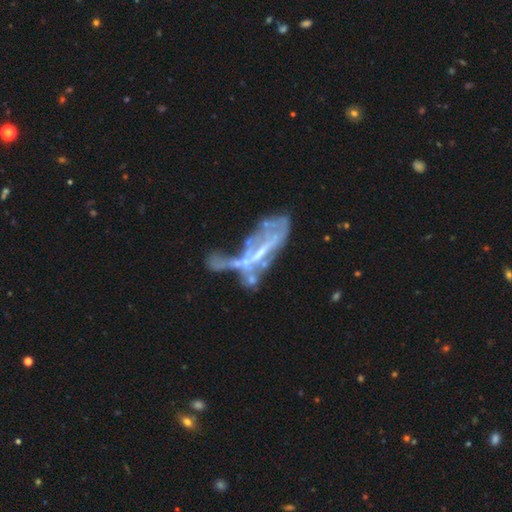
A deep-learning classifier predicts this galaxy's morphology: Overall: featured or disk (71%). Edge-on disk: no (76%). Bar: no (45%; strong 29%). Spiral arms: no (64%; yes 36%). Bulge size: small (39%; none 34%). Merging: merger (38%; major disturbance 31%).